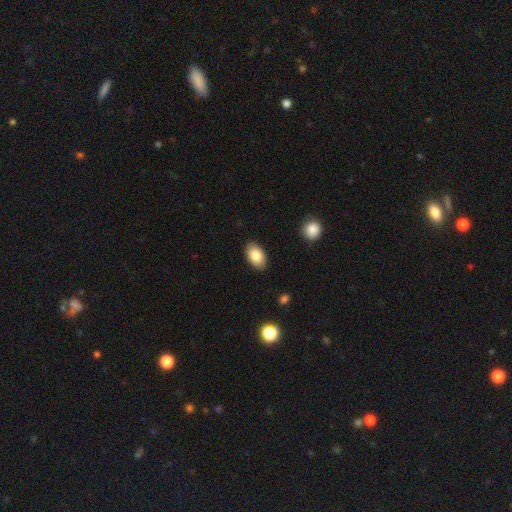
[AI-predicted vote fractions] smooth 85%, featured or disk 8%, star or artifact 7%. Down the decision tree: how rounded — in between (93%); merging — none (87%).